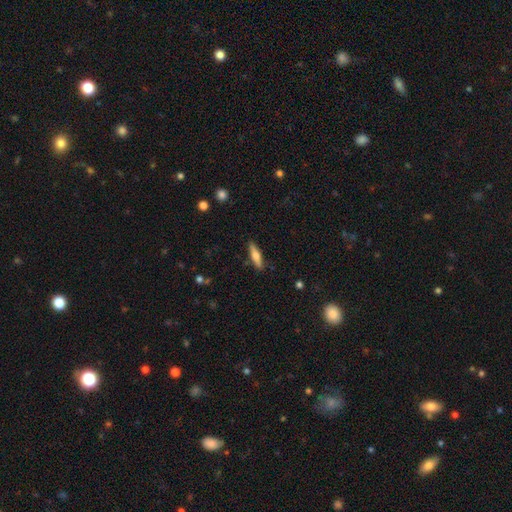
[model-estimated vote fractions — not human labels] Smooth or featured? smooth (56%)
How rounded? cigar-shaped (74%)
Merging? none (88%)